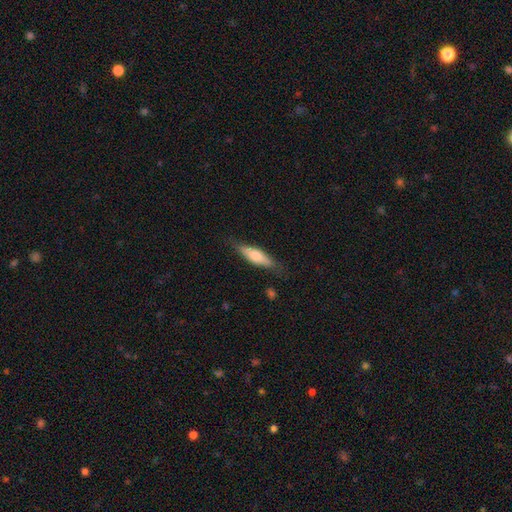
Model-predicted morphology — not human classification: The model was most divided on "how rounded": cigar-shaped: 55%, in between: 43%, round: 2%. More confident: merging — none (76%); smooth or featured — smooth (61%).